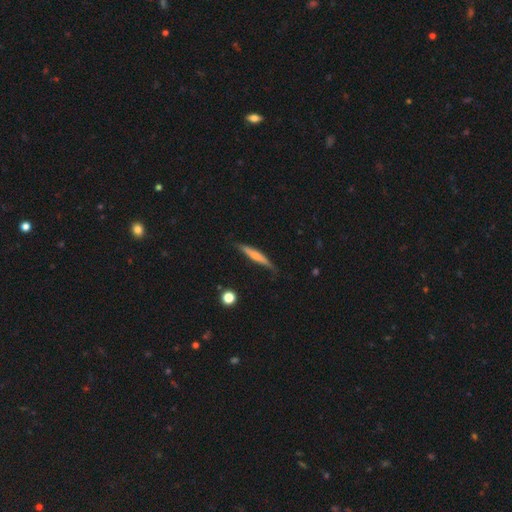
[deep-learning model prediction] A smooth galaxy with no disk features (51%) that is cigar-shaped (91%).

Vote fractions:
- Smooth or featured? smooth: 51% / featured or disk: 44% / star or artifact: 6%
- How rounded? cigar-shaped: 91% / in between: 7% / round: 2%
- Merging? none: 75% / minor disturbance: 20% / major disturbance: 3% / merger: 2%